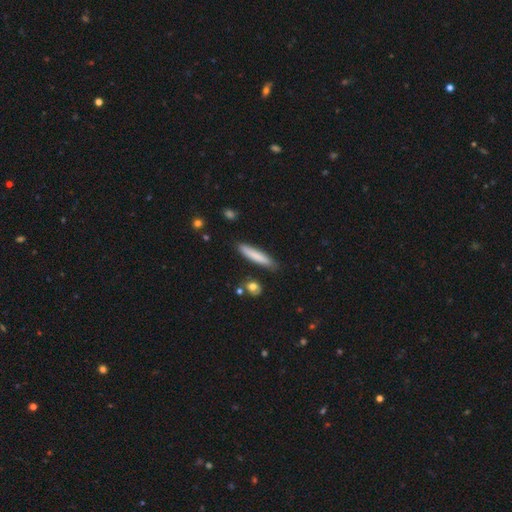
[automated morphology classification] A smooth galaxy with no disk features (79%) that is cigar-shaped (90%). Merging: none (86%).